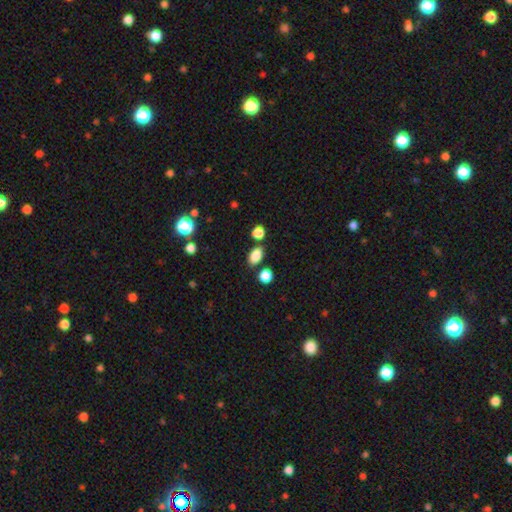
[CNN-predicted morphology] Smooth or featured?
  - smooth: 84% *
  - star or artifact: 10%
  - featured or disk: 5%
How rounded?
  - in between: 84% *
  - round: 14%
  - cigar-shaped: 2%
Merging?
  - none: 77% *
  - minor disturbance: 11%
  - merger: 8%
  - major disturbance: 3%